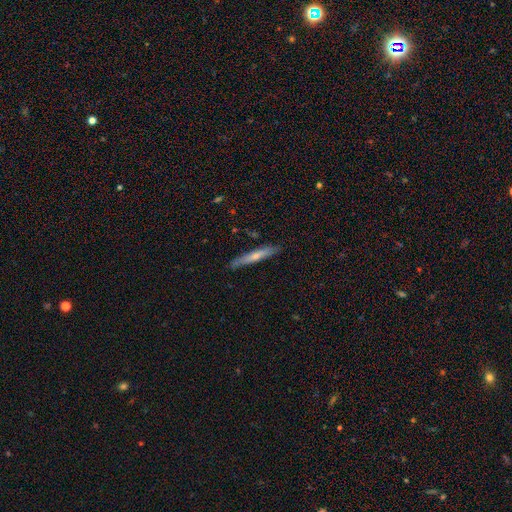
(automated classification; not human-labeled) Smooth or featured: smooth — 49% (featured or disk — 45%)
Merging: none — 88% (minor disturbance — 9%)